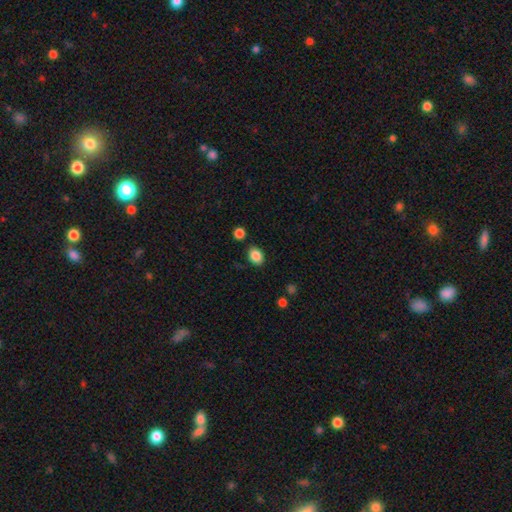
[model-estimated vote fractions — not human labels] Smooth or featured? smooth (86%)
How rounded? in between (61%)
Merging? none (83%)